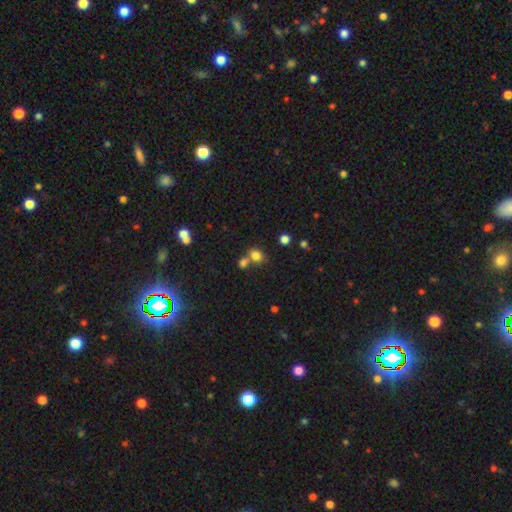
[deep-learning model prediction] Smooth or featured? smooth (78%)
How rounded? round (56%)
Merging? none (48%)